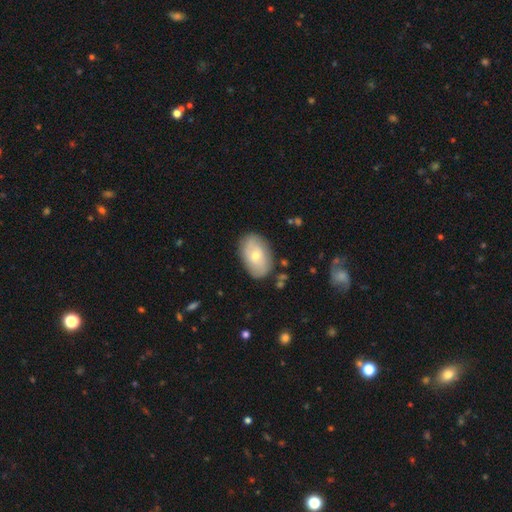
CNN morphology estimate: A smooth galaxy with no disk features (56%) that is in between round and cigar-shaped (88%). Merging: none (81%).